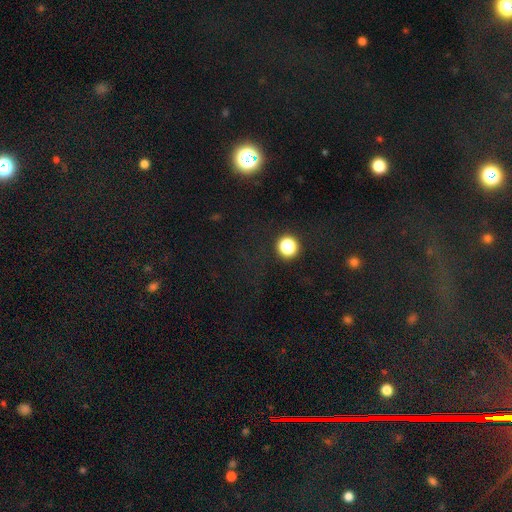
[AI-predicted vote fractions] Smooth or featured? Predicted: star or artifact (p=0.73).